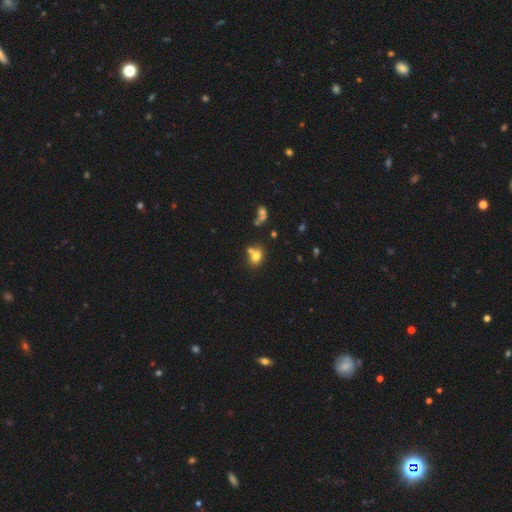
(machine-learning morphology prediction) Smooth or featured? smooth (74%)
How rounded? round (55%)
Merging? none (50%)